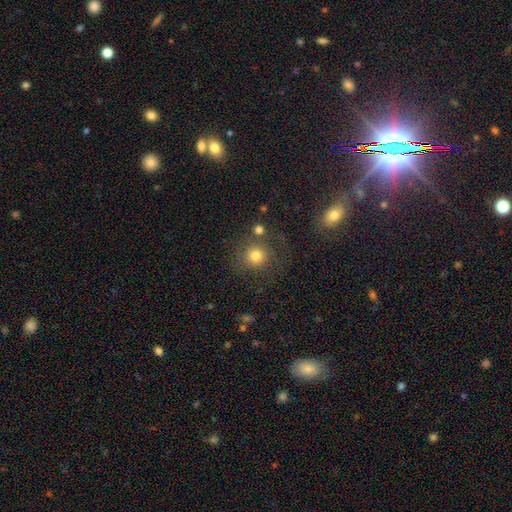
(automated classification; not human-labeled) Smooth or featured: smooth — 78% (star or artifact — 13%)
How rounded: round — 92% (in between — 7%)
Merging: none — 74% (minor disturbance — 11%)